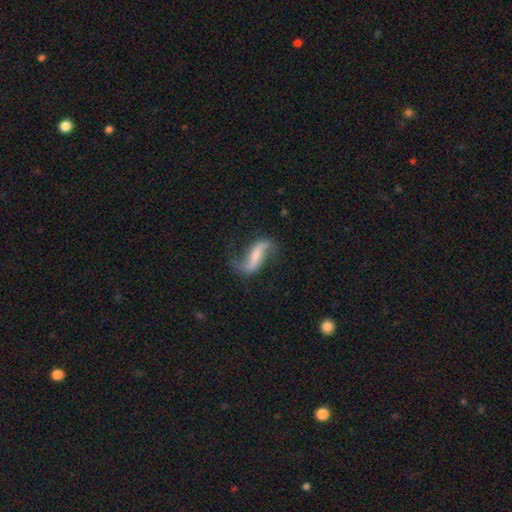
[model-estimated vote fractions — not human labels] A featured or disk galaxy (78%) with a strong bar (48%), 2 (90%) loose (88%) spiral arms (93%) and no central bulge (40%).

Vote fractions:
- Smooth or featured? featured or disk: 78% / smooth: 15% / star or artifact: 7%
- Edge-on disk? no: 91% / yes: 9%
- Bar? strong: 48% / weak: 30% / no: 22%
- Spiral arms? yes: 93% / no: 7%
- Spiral winding? loose: 88% / medium: 9% / tight: 3%
- Spiral arm count? 2: 90% / 1: 6% / can't tell: 2% / 3: 1% / 4: 1% / more than 4: 1%
- Bulge size? none: 40% / small: 31% / moderate: 20% / large: 7% / dominant: 2%
- Merging? none: 67% / minor disturbance: 18% / major disturbance: 12% / merger: 3%